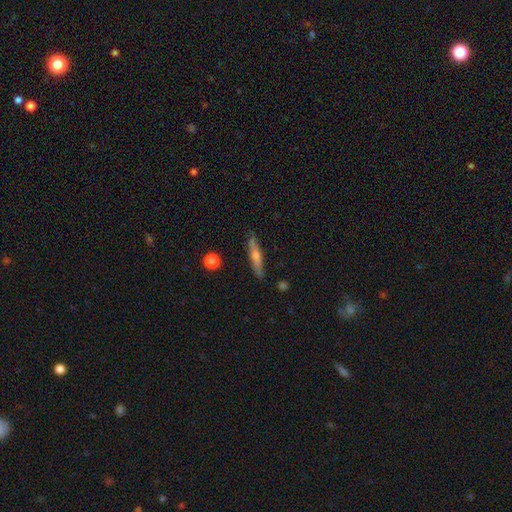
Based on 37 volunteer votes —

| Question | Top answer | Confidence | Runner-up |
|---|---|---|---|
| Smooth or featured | smooth | 59% | featured or disk (38%) |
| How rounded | cigar-shaped | 91% | in between (9%) |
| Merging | none | 83% | minor disturbance (17%) |